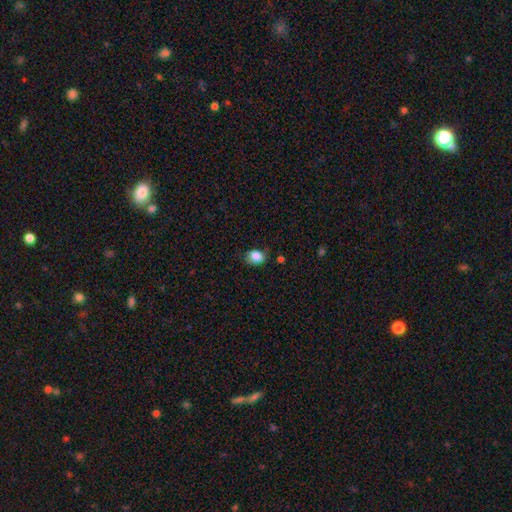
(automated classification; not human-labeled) Morphology: type=smooth (85%); roundness=in between (59%); merging=none (73%).